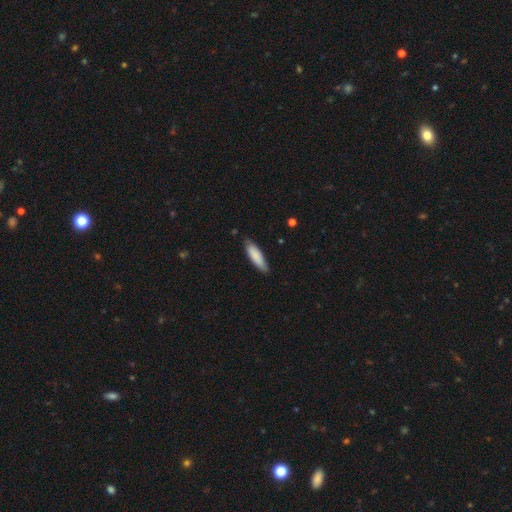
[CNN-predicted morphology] A smooth galaxy with no disk features (85%) that is cigar-shaped (63%).

Vote fractions:
- Smooth or featured? smooth: 85% / featured or disk: 9% / star or artifact: 5%
- How rounded? cigar-shaped: 63% / in between: 36% / round: 1%
- Merging? none: 83% / minor disturbance: 14% / major disturbance: 2% / merger: 1%